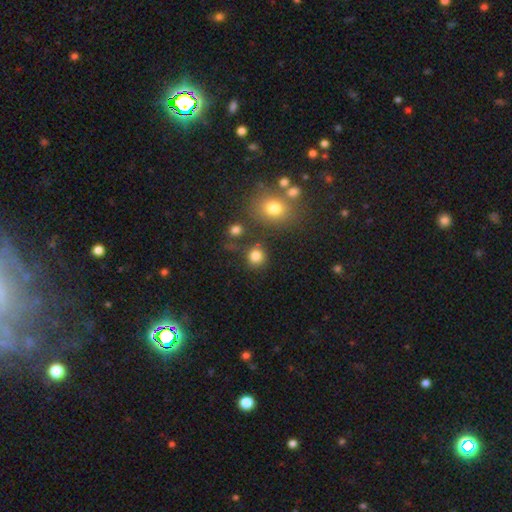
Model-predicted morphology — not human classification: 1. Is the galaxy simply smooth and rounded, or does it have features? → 82% smooth, 13% star or artifact, 5% featured or disk.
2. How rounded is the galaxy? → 87% round, 12% in between, 1% cigar-shaped.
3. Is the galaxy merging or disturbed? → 79% none, 10% minor disturbance, 8% merger, 4% major disturbance.